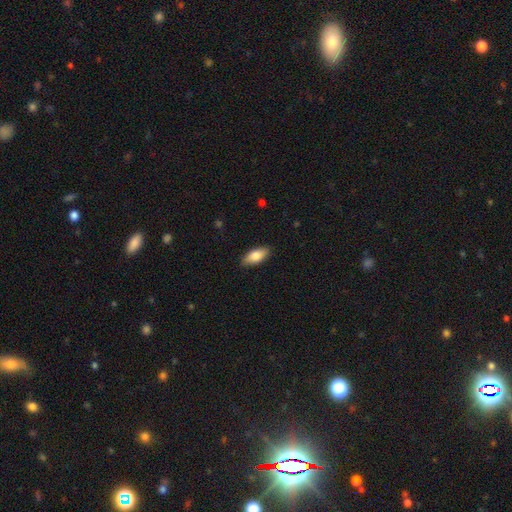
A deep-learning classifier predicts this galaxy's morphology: type=smooth (81%); roundness=in between (85%); merging=none (87%).